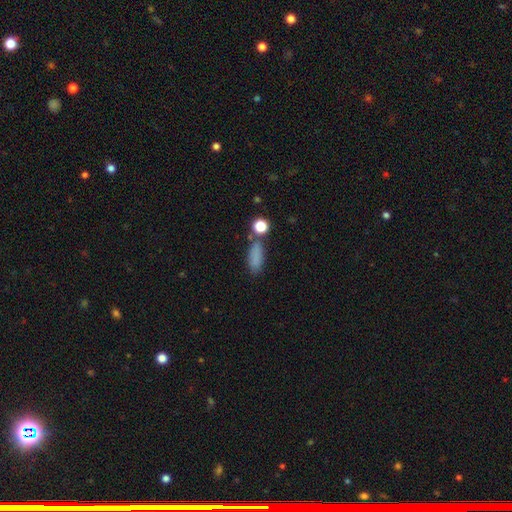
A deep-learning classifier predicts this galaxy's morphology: A smooth galaxy with no disk features (81%) that is in between round and cigar-shaped (67%). Merging: none (68%).